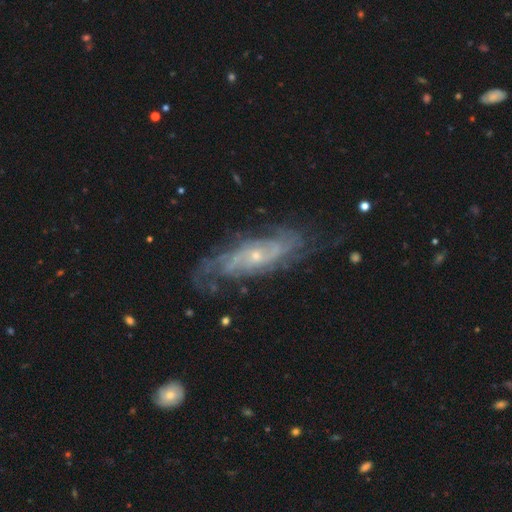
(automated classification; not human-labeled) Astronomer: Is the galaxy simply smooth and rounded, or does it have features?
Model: featured or disk — 85%.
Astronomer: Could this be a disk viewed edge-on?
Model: no — 87%.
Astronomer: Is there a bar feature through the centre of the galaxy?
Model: no — 70%.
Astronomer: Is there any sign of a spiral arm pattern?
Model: yes — 94%.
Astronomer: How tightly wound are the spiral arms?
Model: tight — 55% (runner-up: medium, 34%).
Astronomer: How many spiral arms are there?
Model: can't tell — 39% (runner-up: 2, 30%).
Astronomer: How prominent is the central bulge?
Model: small — 73%.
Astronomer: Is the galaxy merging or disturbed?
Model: none — 72%.